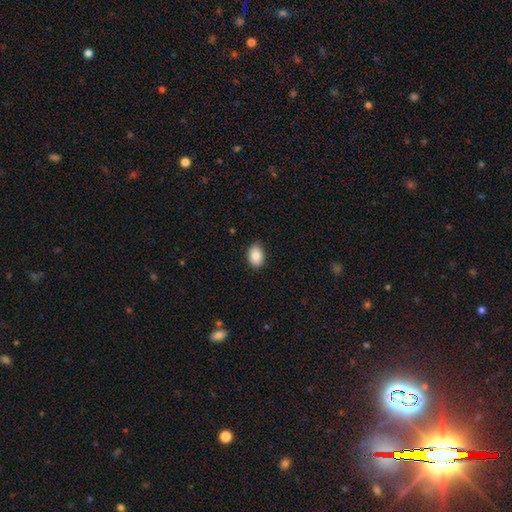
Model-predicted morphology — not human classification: Smooth or featured? Predicted: smooth (p=0.86). How rounded? Predicted: in between (p=0.80). Merging? Predicted: none (p=0.84).